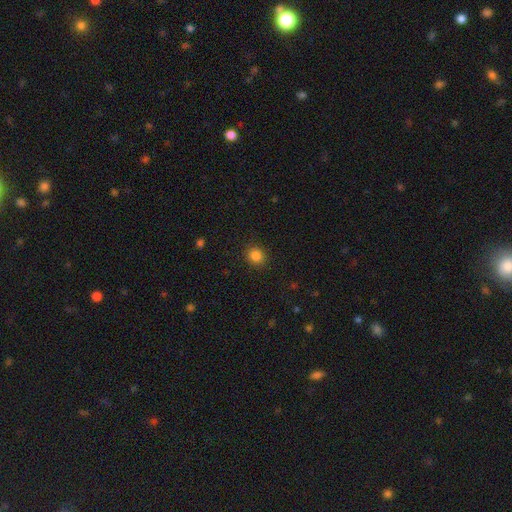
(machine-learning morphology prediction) A smooth galaxy with no disk features (85%) that is round (84%).

Vote fractions:
- Smooth or featured? smooth: 85% / star or artifact: 11% / featured or disk: 4%
- How rounded? round: 84% / in between: 15% / cigar-shaped: 1%
- Merging? none: 90% / minor disturbance: 7% / major disturbance: 2% / merger: 1%